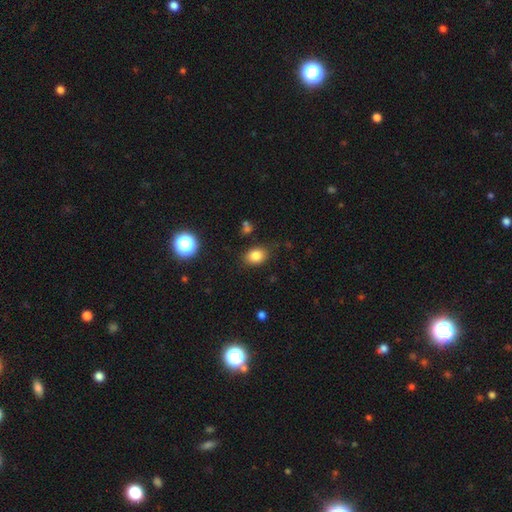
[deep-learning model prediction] Morphology: type=smooth (82%); roundness=in between (66%); merging=none (83%).